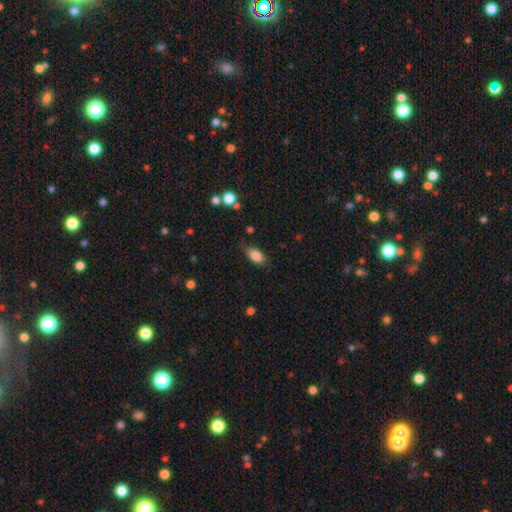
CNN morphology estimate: smooth-or-featured: smooth: 83% | featured or disk: 9% | star or artifact: 8%
  how-rounded: in between: 88% | cigar-shaped: 6% | round: 6%
  merging: none: 74% | minor disturbance: 20% | major disturbance: 4% | merger: 2%